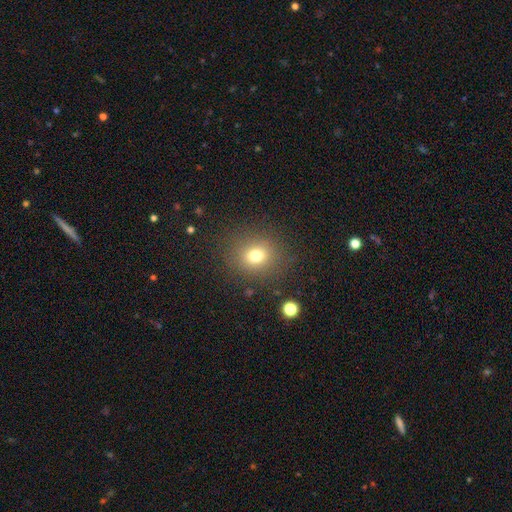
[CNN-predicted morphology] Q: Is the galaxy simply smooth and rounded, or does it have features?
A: smooth — 75%.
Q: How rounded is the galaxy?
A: round — 74%.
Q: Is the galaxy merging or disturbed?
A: none — 85%.